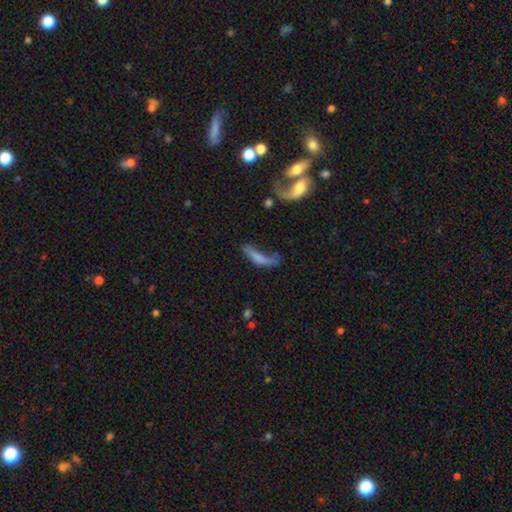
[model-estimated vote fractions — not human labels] This is possibly a smooth galaxy (53%). How rounded: likely cigar-shaped (67%). Merging: marginally major disturbance (32%).